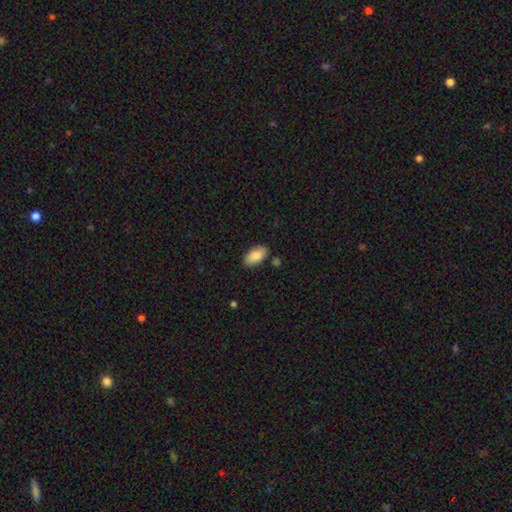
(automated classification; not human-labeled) The model was most divided on "merging": none: 83%, minor disturbance: 12%, merger: 3%, major disturbance: 2%. More confident: how rounded — in between (94%); smooth or featured — smooth (86%).